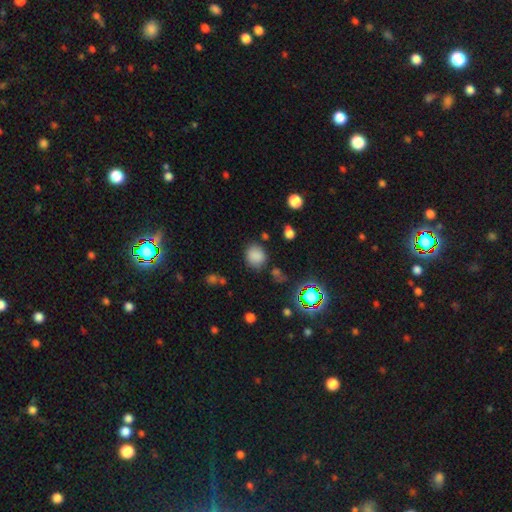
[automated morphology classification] Smooth or featured? smooth (81%)
How rounded? round (71%)
Merging? none (78%)